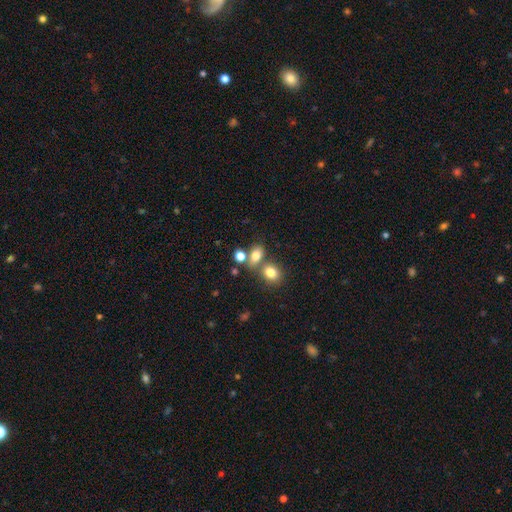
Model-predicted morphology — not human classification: smooth-or-featured: smooth: 77% | star or artifact: 12% | featured or disk: 11%
  how-rounded: in between: 67% | round: 31% | cigar-shaped: 2%
  merging: none: 48% | merger: 36% | minor disturbance: 11% | major disturbance: 5%